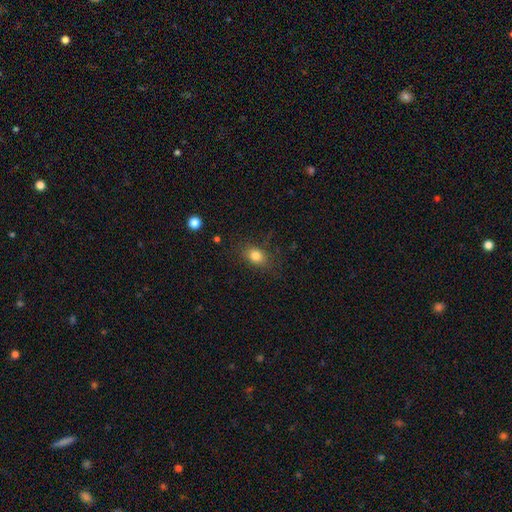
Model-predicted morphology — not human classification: Smooth or featured: smooth — 81% (star or artifact — 11%)
How rounded: in between — 64% (round — 35%)
Merging: none — 81% (minor disturbance — 13%)